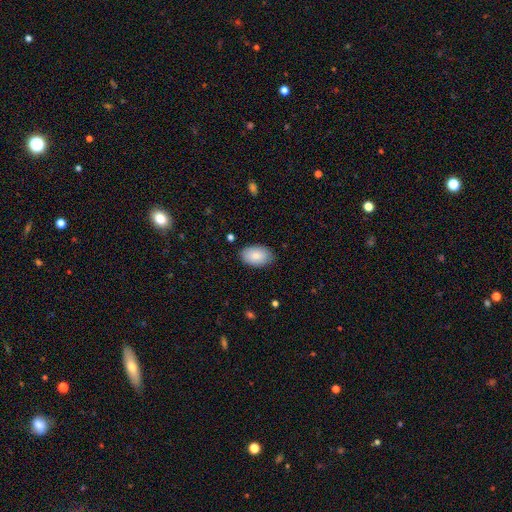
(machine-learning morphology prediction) This is clearly a smooth galaxy (86%). How rounded: clearly in between (92%). Merging: clearly none (84%).